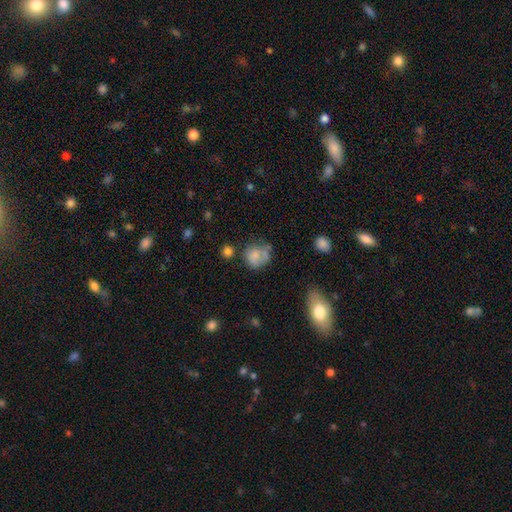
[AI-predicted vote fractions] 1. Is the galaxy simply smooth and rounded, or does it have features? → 72% smooth, 17% featured or disk, 10% star or artifact.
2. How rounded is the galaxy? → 71% round, 28% in between, 1% cigar-shaped.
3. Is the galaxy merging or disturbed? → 42% none, 28% minor disturbance, 18% major disturbance, 13% merger.